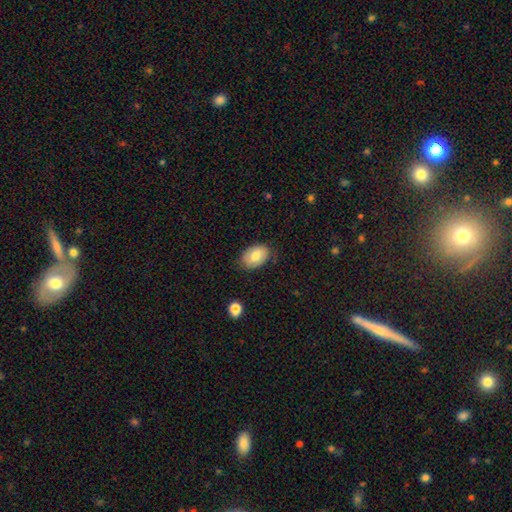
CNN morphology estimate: smooth-or-featured: smooth: 73% | featured or disk: 19% | star or artifact: 7%
  how-rounded: in between: 85% | round: 14% | cigar-shaped: 1%
  merging: none: 80% | minor disturbance: 16% | major disturbance: 3% | merger: 1%